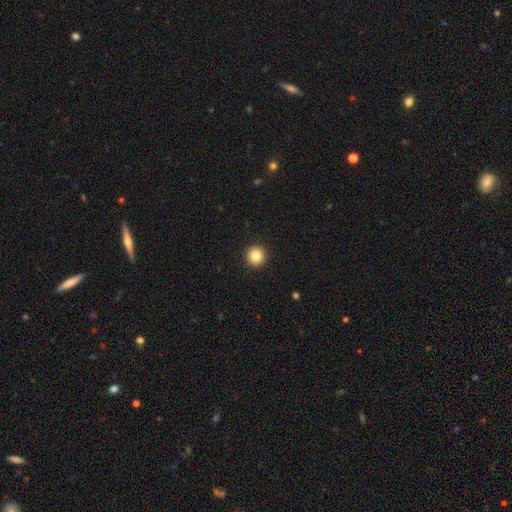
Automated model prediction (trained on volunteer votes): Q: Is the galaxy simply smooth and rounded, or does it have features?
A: smooth — 83%.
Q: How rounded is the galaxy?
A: round — 95%.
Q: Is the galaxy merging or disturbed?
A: none — 94%.